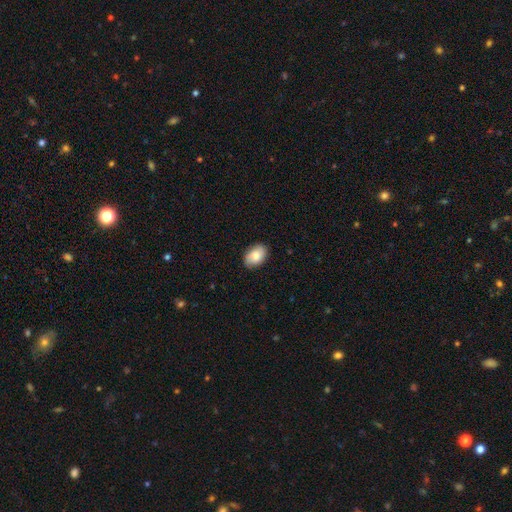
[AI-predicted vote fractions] This is clearly a smooth galaxy (80%). How rounded: clearly in between (89%). Merging: clearly none (84%).